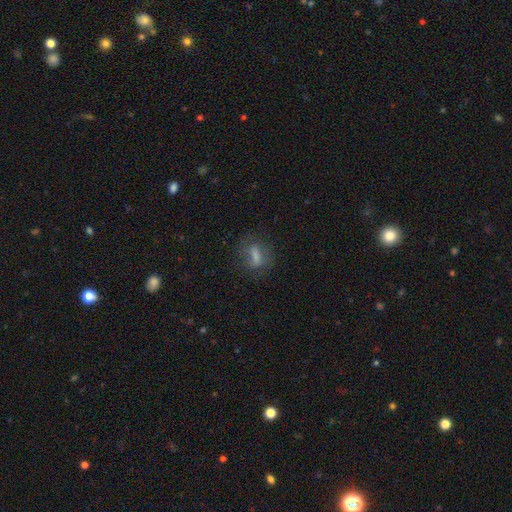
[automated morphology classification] A smooth galaxy with no disk features (59%) that is in between round and cigar-shaped (53%).

Vote fractions:
- Smooth or featured? smooth: 59% / featured or disk: 26% / star or artifact: 16%
- How rounded? in between: 53% / cigar-shaped: 30% / round: 16%
- Merging? none: 73% / minor disturbance: 16% / major disturbance: 9% / merger: 2%